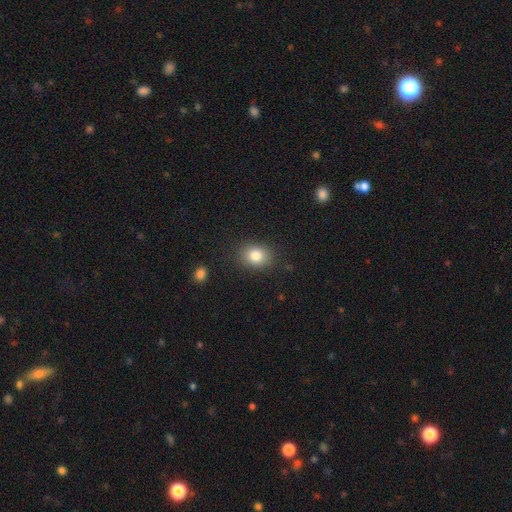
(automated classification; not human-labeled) smooth-or-featured: smooth: 82% | star or artifact: 10% | featured or disk: 8%
  how-rounded: round: 56% | in between: 43% | cigar-shaped: 1%
  merging: none: 85% | minor disturbance: 10% | major disturbance: 3% | merger: 2%